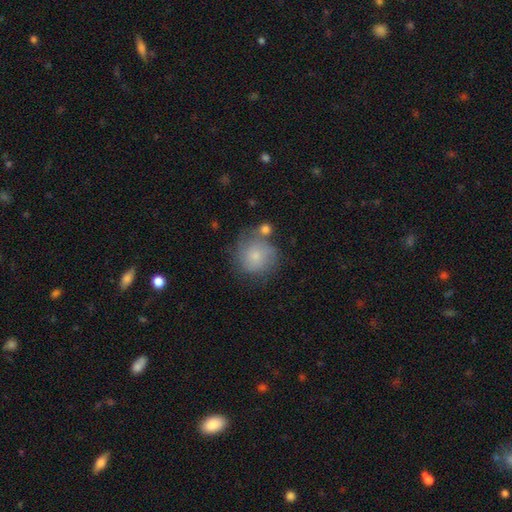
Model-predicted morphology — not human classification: Smooth or featured: smooth — 67% (featured or disk — 25%)
How rounded: round — 90% (in between — 9%)
Merging: none — 57% (minor disturbance — 21%)